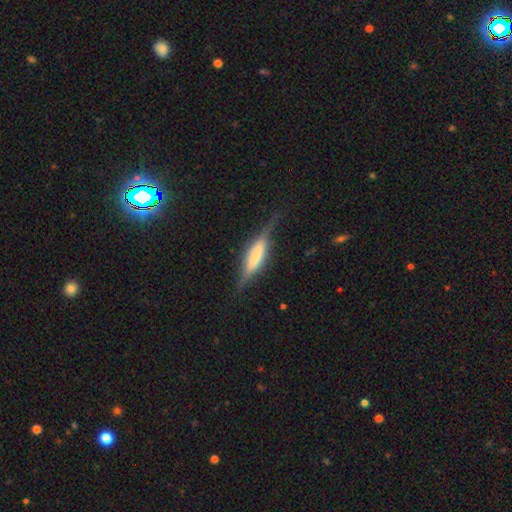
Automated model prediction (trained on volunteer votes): A featured or disk galaxy (64%) viewed edge-on (93%) with a boxy central bulge (55%). Merging: none (70%).